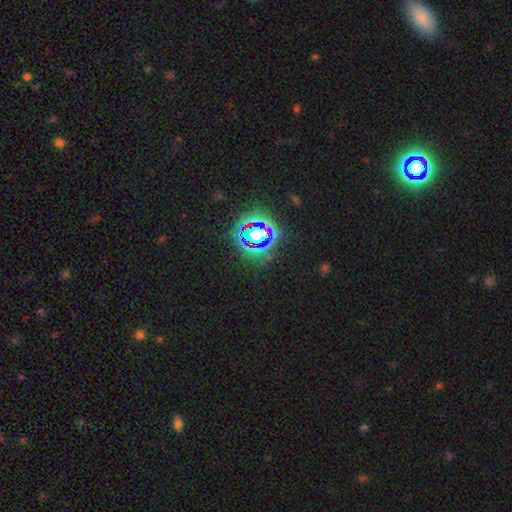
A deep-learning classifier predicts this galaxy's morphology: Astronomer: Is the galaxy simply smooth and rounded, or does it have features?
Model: star or artifact — 80%.